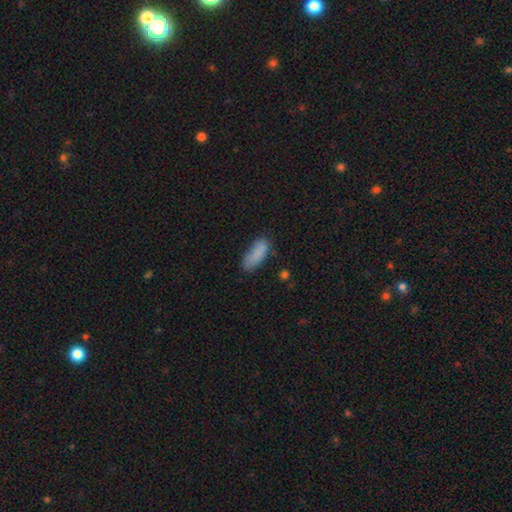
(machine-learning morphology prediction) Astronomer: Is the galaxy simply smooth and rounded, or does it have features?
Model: smooth — 85%.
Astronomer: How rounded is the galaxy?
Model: in between — 75%.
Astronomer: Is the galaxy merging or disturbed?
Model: none — 67%.